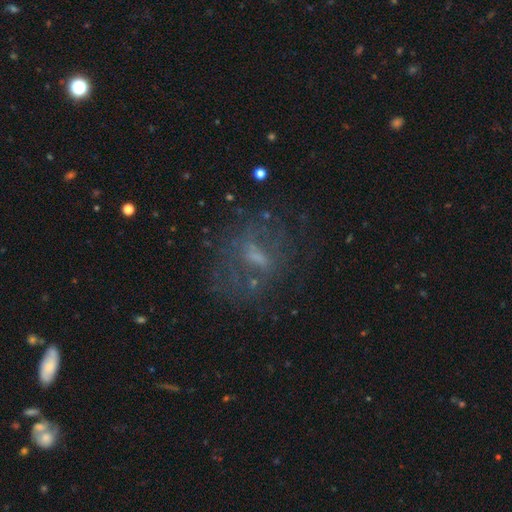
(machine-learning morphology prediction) featured or disk 54%, smooth 28%, star or artifact 18%. Down the decision tree: edge-on disk — no (93%); bar — weak (44%); spiral arms — no (67%); bulge size — small (33%); merging — none (59%).